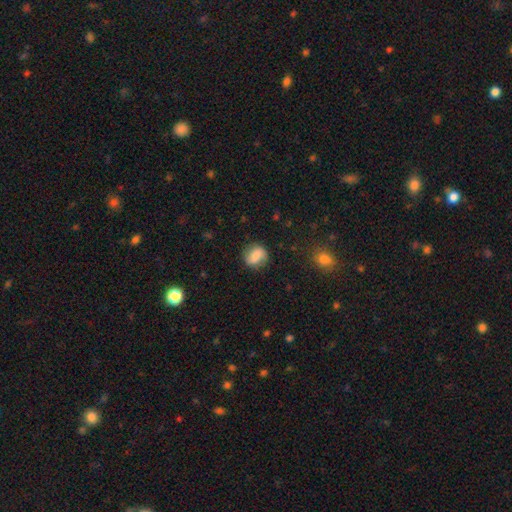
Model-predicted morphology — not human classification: Smooth or featured?
  - smooth: 70% *
  - featured or disk: 21%
  - star or artifact: 9%
How rounded?
  - round: 59% *
  - in between: 39%
  - cigar-shaped: 2%
Merging?
  - none: 77% *
  - minor disturbance: 16%
  - major disturbance: 6%
  - merger: 2%